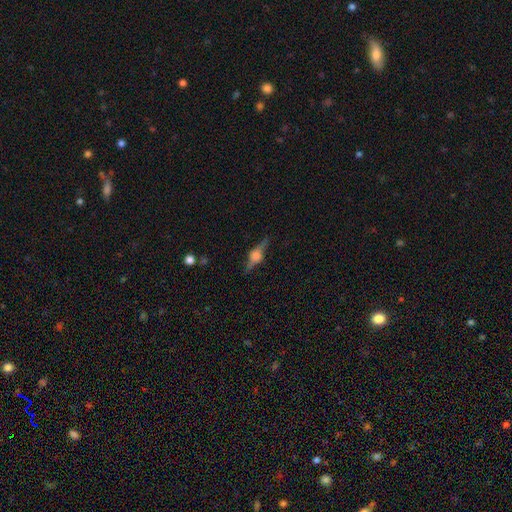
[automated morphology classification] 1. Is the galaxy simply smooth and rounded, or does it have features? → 76% featured or disk, 16% smooth, 8% star or artifact.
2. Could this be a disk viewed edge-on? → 97% yes, 3% no.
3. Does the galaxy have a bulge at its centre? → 87% rounded, 11% boxy, 2% none.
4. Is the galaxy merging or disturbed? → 84% none, 11% minor disturbance, 3% major disturbance, 1% merger.